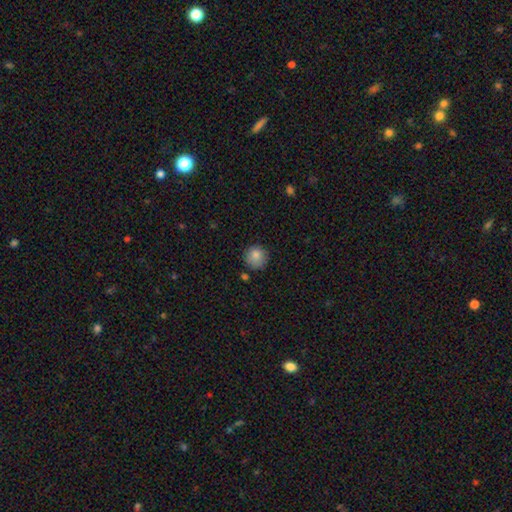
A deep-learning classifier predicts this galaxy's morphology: Q: Smooth or featured?
A: smooth (84%); runner-up: star or artifact (9%)
Q: How rounded?
A: round (93%); runner-up: in between (6%)
Q: Merging?
A: none (81%); runner-up: minor disturbance (13%)